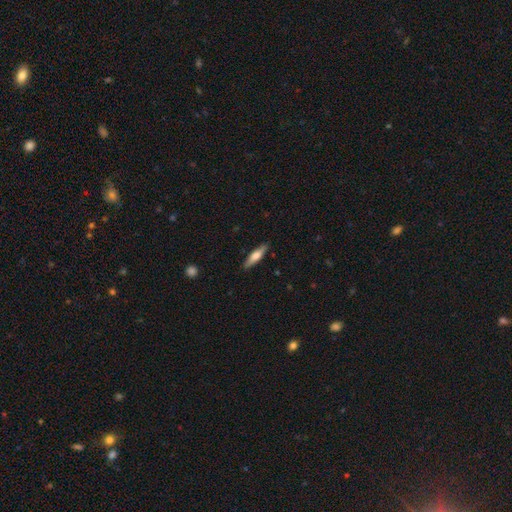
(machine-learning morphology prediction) A smooth galaxy with no disk features (54%) that is cigar-shaped (75%). Merging: none (89%).